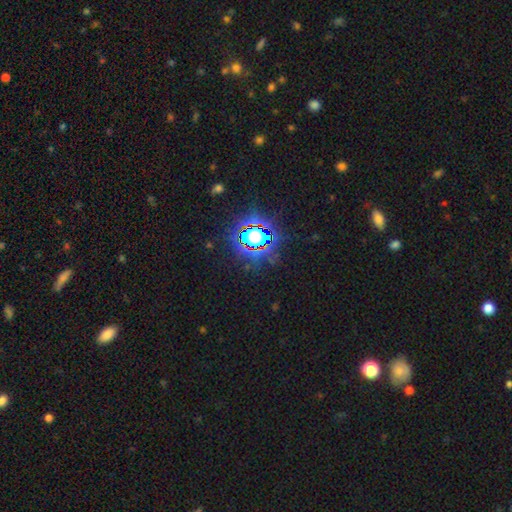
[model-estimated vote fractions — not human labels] This appears to be a star or artifact, not a galaxy (82%).